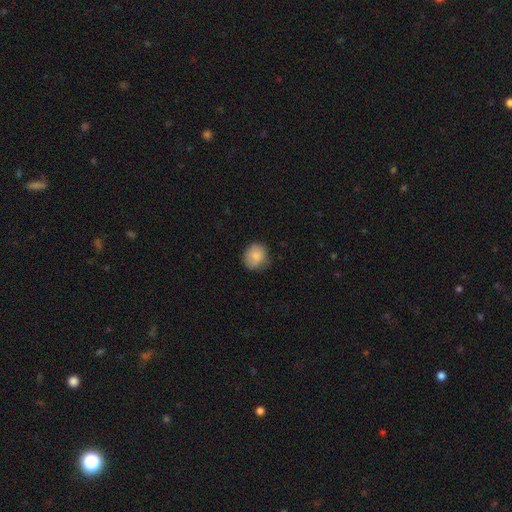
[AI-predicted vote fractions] This is clearly a smooth galaxy (84%). How rounded: likely round (79%). Merging: likely none (75%).